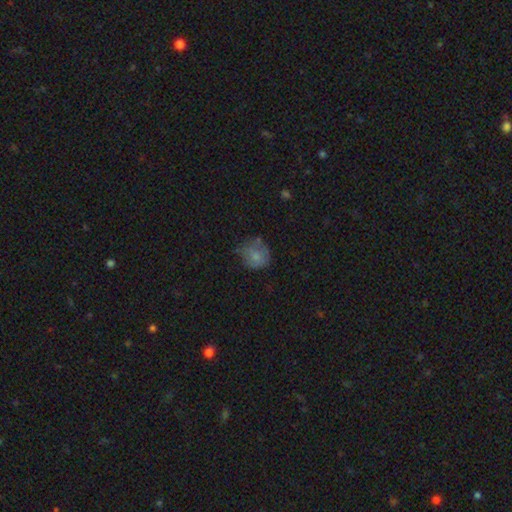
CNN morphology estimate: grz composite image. It shows a smooth galaxy with no disk features (69%) that is round (82%). Merging: none (54%).